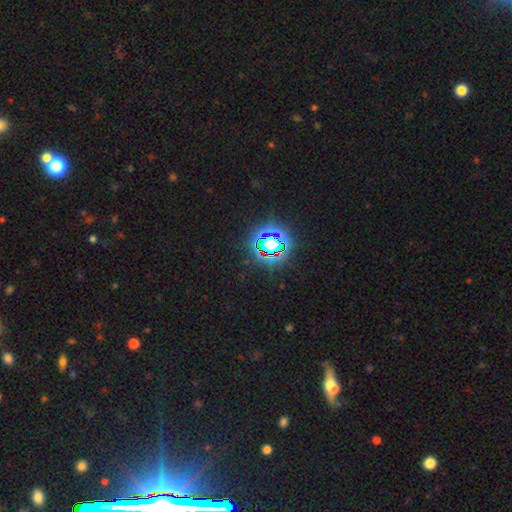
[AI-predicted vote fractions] smooth-or-featured: star or artifact: 80% | smooth: 13% | featured or disk: 8%